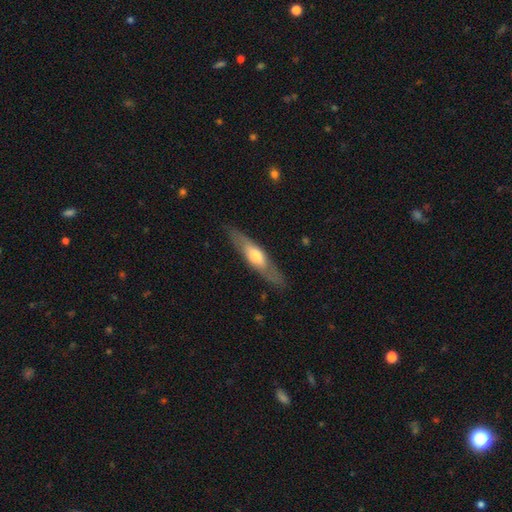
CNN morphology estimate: This appears to be a featured or disk galaxy (51%) viewed edge-on (73%). Merging: none (84%).